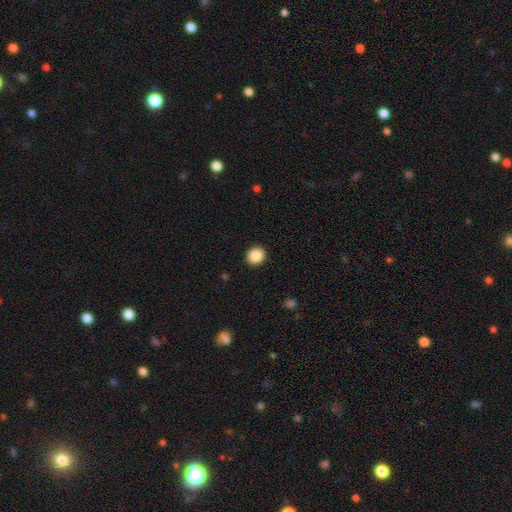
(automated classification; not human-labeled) Overall: smooth (88%). How rounded: round (82%). Merging: none (92%).